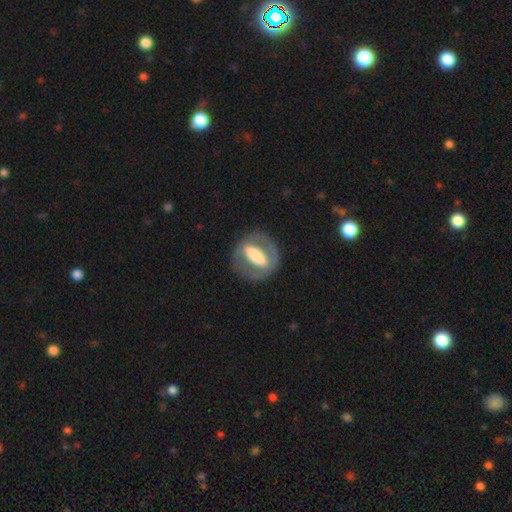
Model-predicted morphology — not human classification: type=featured or disk (61%); edge-on=no (84%); bar=strong (73%); spiral arms=no (73%); bulge=large (42%); merging=none (73%).